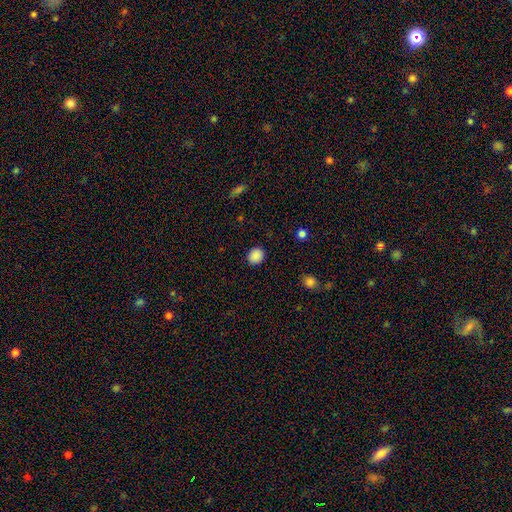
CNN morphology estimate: This appears to be a smooth galaxy with no disk features (88%) that is round (75%). Merging: none (90%).